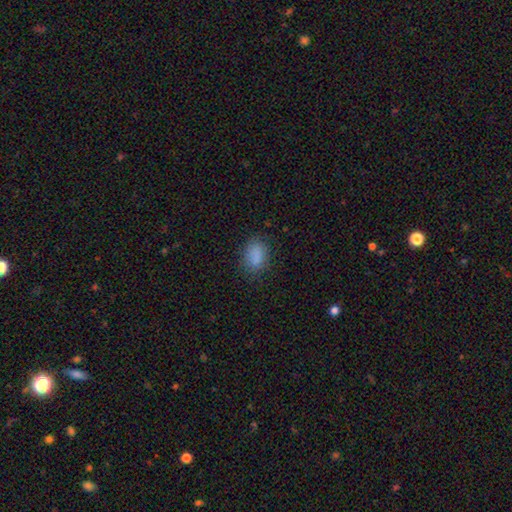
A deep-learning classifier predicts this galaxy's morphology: A smooth galaxy with no disk features (84%) that is in between round and cigar-shaped (81%). Merging: none (77%).